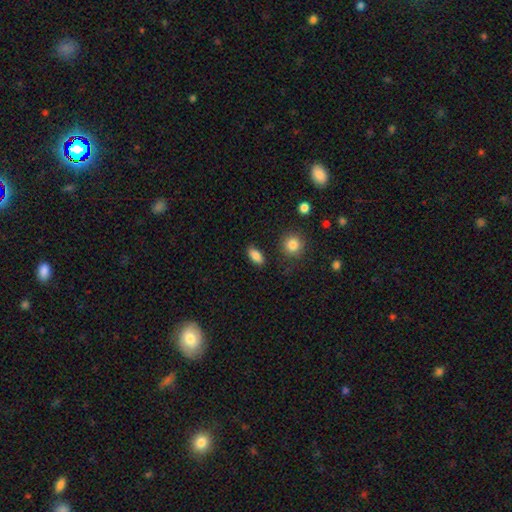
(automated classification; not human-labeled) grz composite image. It shows a smooth galaxy with no disk features (86%) that is in between round and cigar-shaped (87%). Merging: none (86%).